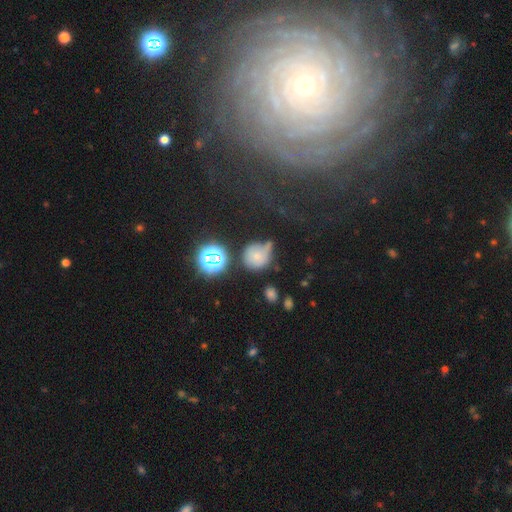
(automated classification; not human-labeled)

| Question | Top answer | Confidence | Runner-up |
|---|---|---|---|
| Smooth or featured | smooth | 60% | star or artifact (25%) |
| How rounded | round | 83% | in between (15%) |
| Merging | none | 46% | minor disturbance (27%) |